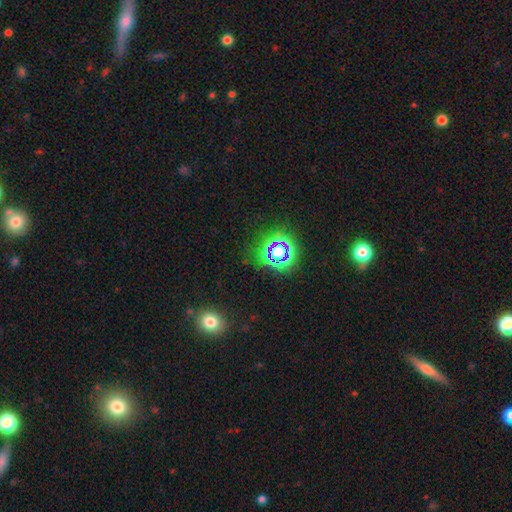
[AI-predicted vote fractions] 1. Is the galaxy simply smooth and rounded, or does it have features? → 46% star or artifact, 45% smooth, 8% featured or disk.